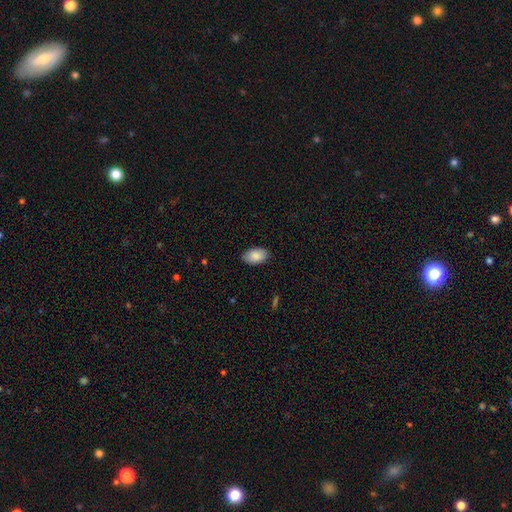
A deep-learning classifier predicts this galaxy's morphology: Smooth or featured?
  - smooth: 88% *
  - star or artifact: 6%
  - featured or disk: 5%
How rounded?
  - in between: 93% *
  - round: 6%
  - cigar-shaped: 1%
Merging?
  - none: 87% *
  - minor disturbance: 10%
  - major disturbance: 2%
  - merger: 1%